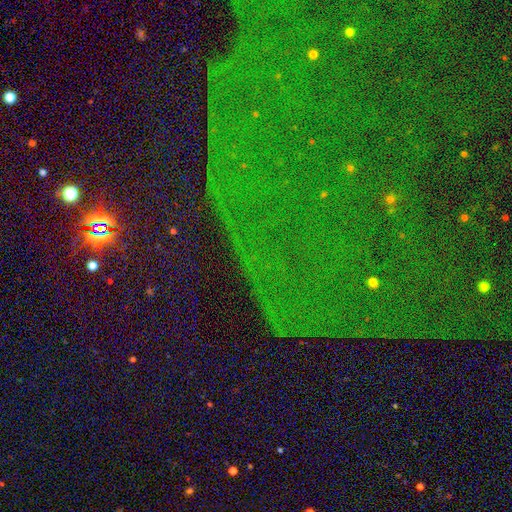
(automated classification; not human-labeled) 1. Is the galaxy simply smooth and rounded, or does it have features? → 87% star or artifact, 7% featured or disk, 7% smooth.